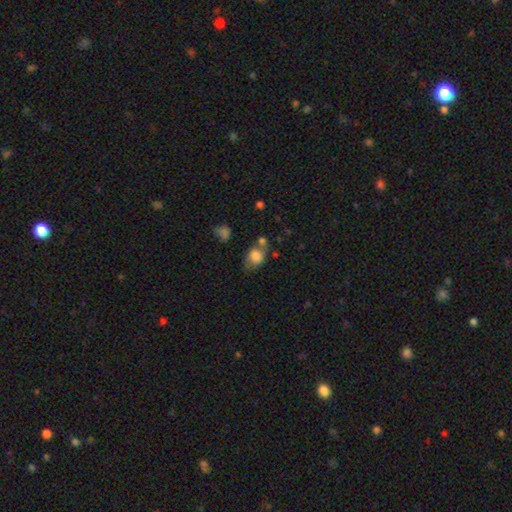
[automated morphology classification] This is likely a smooth galaxy (75%). How rounded: likely in between (67%). Merging: marginally none (43%).